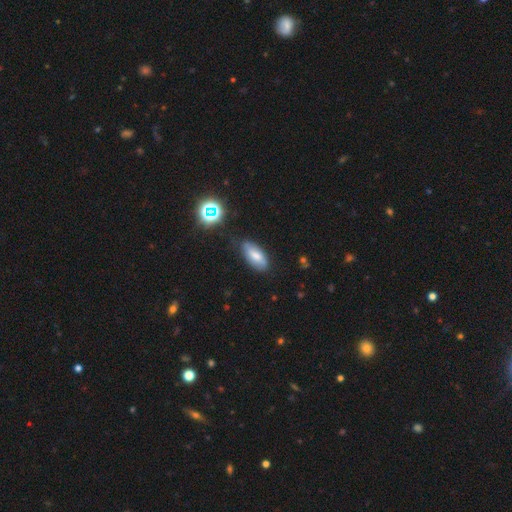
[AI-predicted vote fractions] This is likely a smooth galaxy (66%). How rounded: clearly in between (84%). Merging: likely none (71%).